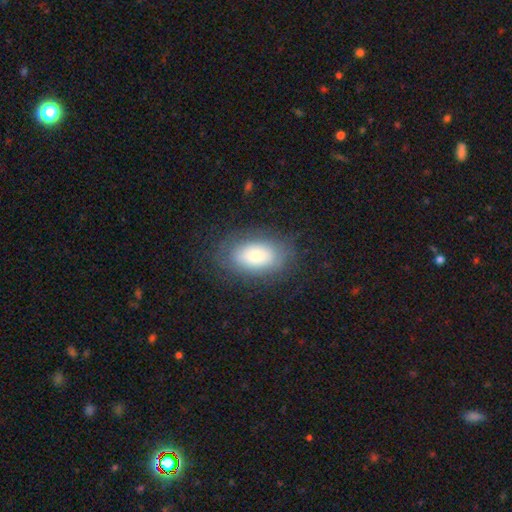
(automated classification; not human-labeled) This appears to be a smooth galaxy with no disk features (73%) that is in between round and cigar-shaped (92%). Merging: none (77%).